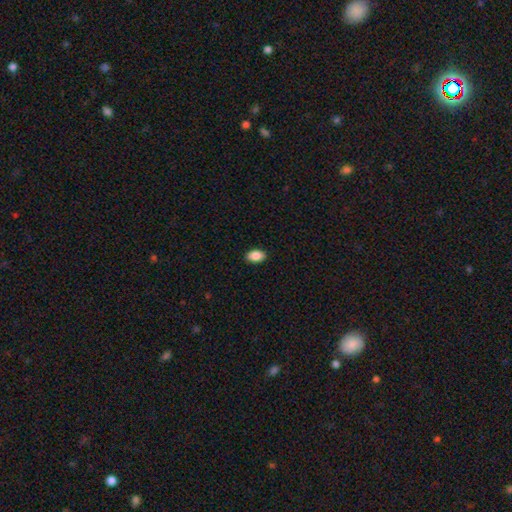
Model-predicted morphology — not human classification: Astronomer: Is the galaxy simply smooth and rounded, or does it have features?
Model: smooth — 88%.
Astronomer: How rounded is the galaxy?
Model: in between — 91%.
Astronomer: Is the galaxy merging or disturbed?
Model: none — 90%.